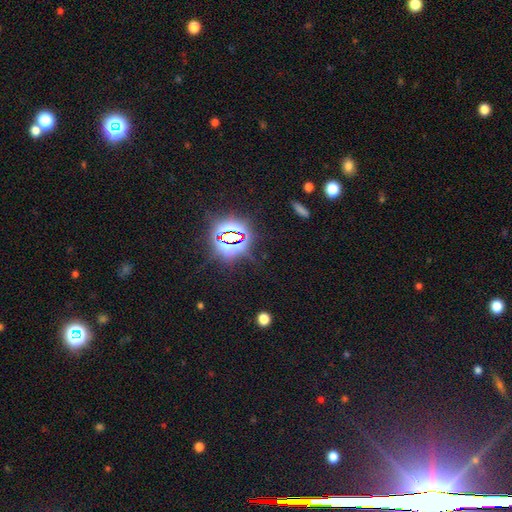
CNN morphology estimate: Overall: star or artifact (82%).